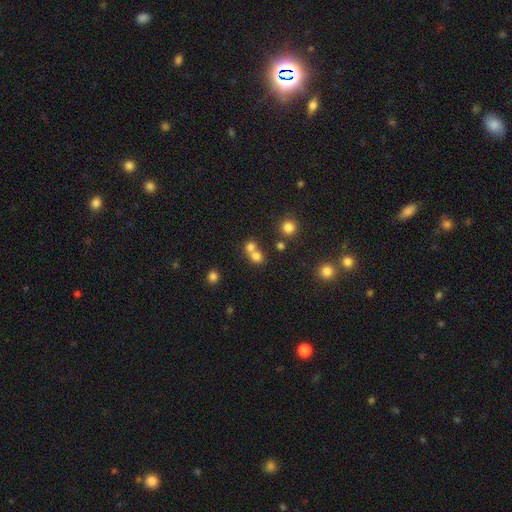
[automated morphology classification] A smooth galaxy with no disk features (74%) that is round (72%). Merging: merger (58%).